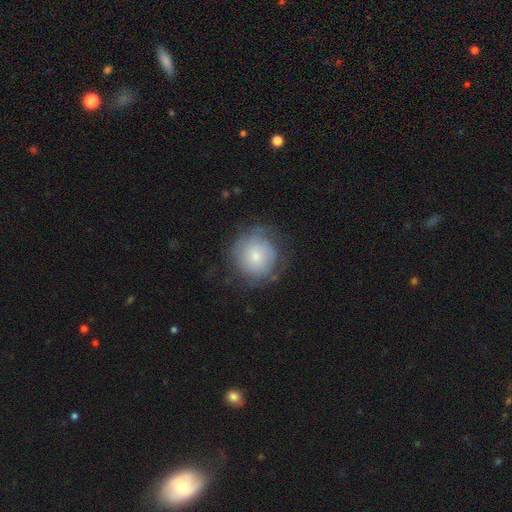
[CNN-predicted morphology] A smooth galaxy with no disk features (51%) that is round (90%). Merging: none (68%).